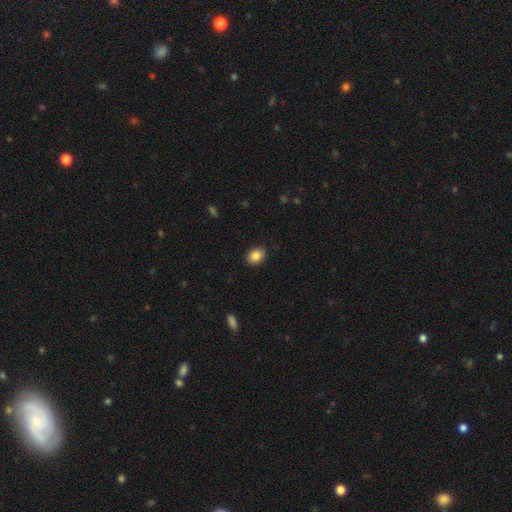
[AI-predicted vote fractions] The model was most divided on "how rounded": in between: 61%, round: 38%, cigar-shaped: 1%. More confident: merging — none (88%); smooth or featured — smooth (86%).